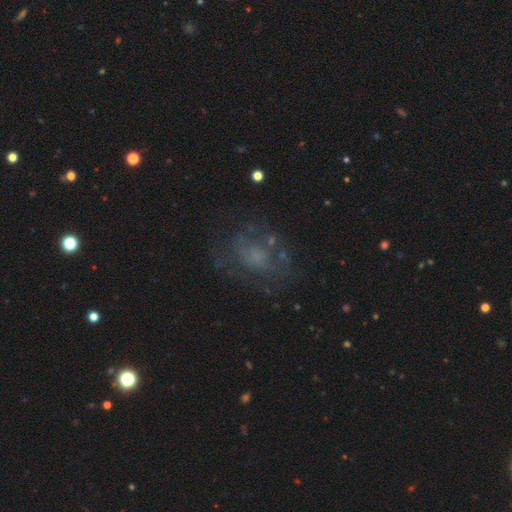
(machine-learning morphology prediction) A featured or disk galaxy (49%).

Vote fractions:
- Smooth or featured? featured or disk: 49% / smooth: 33% / star or artifact: 18%
- Merging? none: 61% / minor disturbance: 18% / major disturbance: 17% / merger: 3%